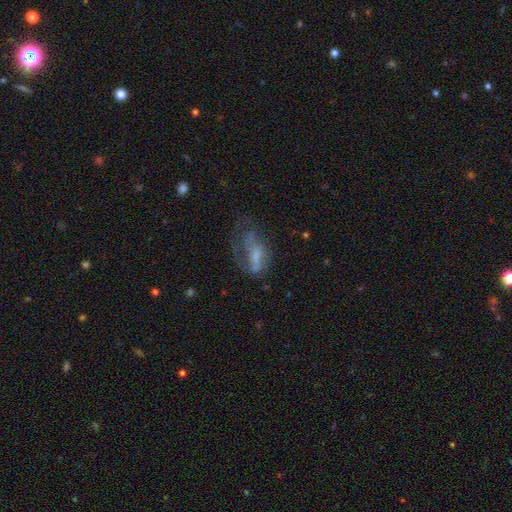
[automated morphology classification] Smooth or featured? featured or disk (50%)
Merging? major disturbance (45%)